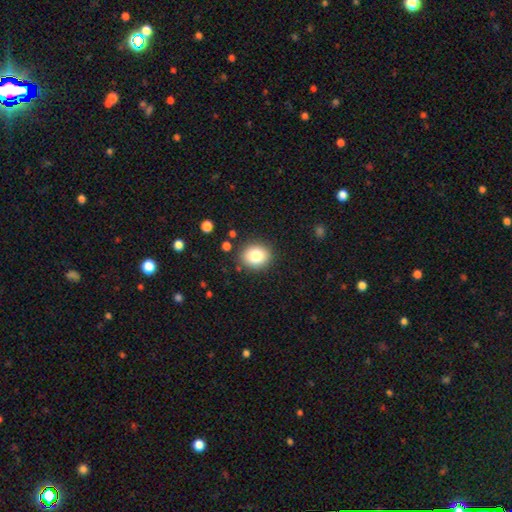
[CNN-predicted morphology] Smooth or featured: smooth — 82% (star or artifact — 10%)
How rounded: round — 69% (in between — 30%)
Merging: none — 87% (minor disturbance — 9%)